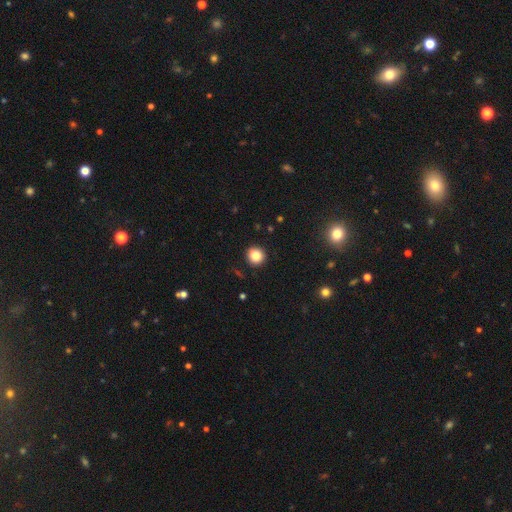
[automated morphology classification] type=smooth (85%); roundness=round (94%); merging=none (92%).